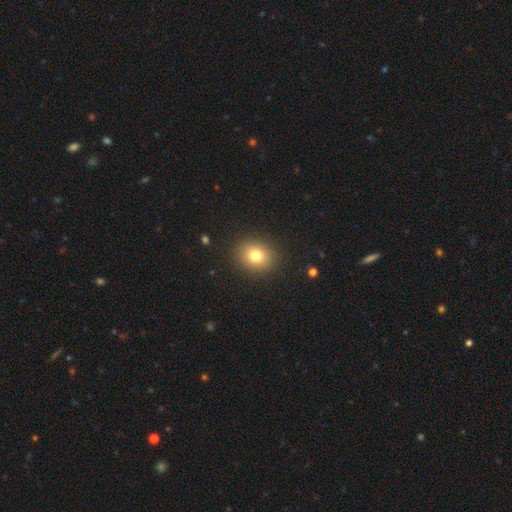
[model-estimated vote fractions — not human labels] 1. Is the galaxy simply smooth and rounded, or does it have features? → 79% smooth, 12% star or artifact, 9% featured or disk.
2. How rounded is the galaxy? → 67% round, 32% in between, 1% cigar-shaped.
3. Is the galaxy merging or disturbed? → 90% none, 7% minor disturbance, 3% major disturbance, 1% merger.